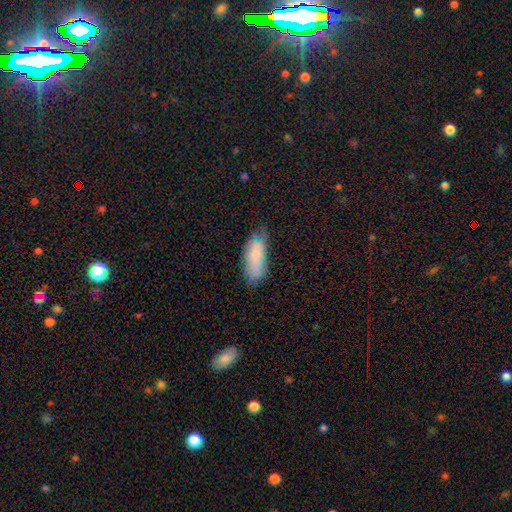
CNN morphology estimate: This is likely a smooth galaxy (76%). How rounded: likely in between (76%). Merging: possibly none (55%).